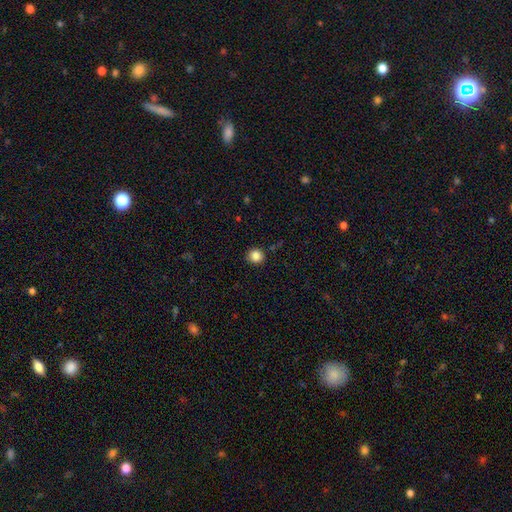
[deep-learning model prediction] The model was most divided on "smooth or featured": smooth: 85%, star or artifact: 11%, featured or disk: 4%. More confident: merging — none (89%); how rounded — round (89%).